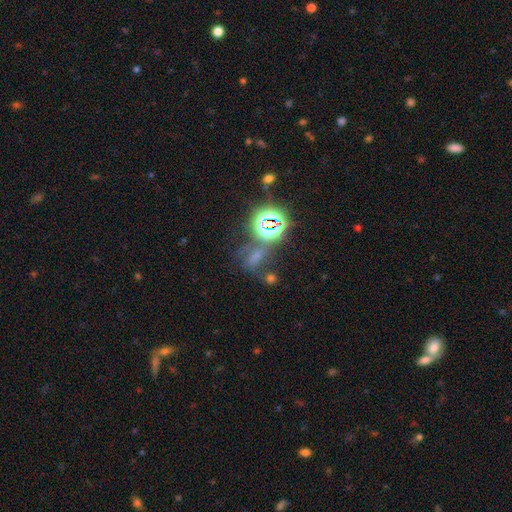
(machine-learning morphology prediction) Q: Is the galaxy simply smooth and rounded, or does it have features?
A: star or artifact — 48%.